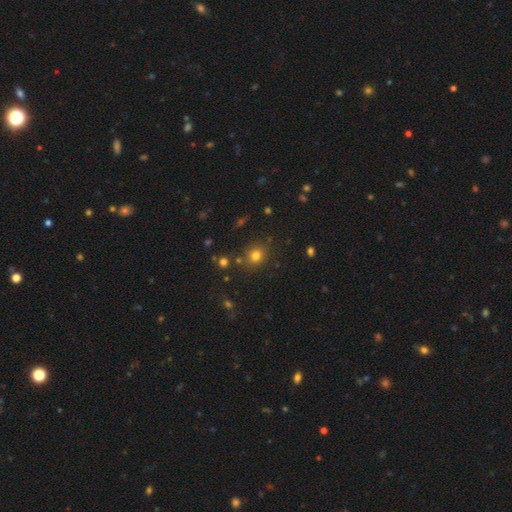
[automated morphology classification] A smooth galaxy with no disk features (76%) that is round (81%). Merging: none (82%).